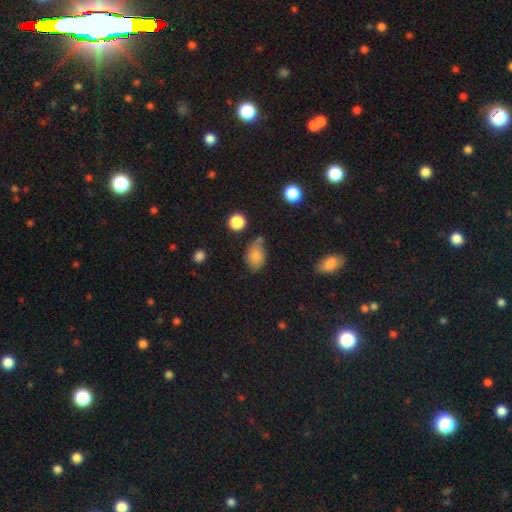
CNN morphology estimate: This is clearly a smooth galaxy (80%). How rounded: likely in between (80%). Merging: possibly none (55%).